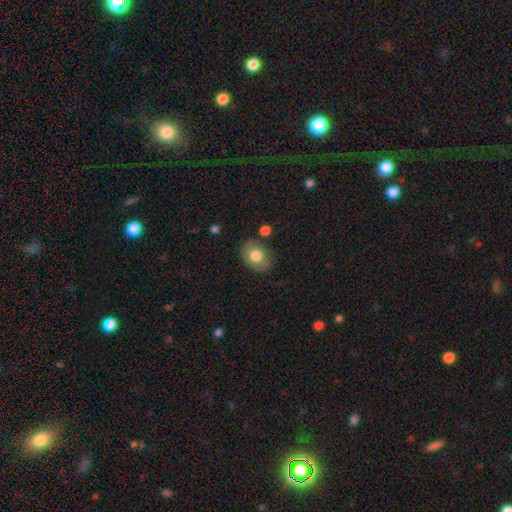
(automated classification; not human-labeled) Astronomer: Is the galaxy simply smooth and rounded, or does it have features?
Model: smooth — 71%.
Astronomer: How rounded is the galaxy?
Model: in between — 61% (runner-up: round, 38%).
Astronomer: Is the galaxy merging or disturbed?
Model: none — 77%.